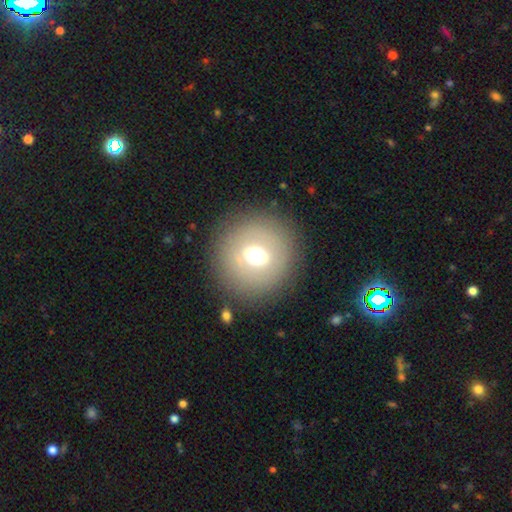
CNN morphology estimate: type=smooth (54%); roundness=round (91%); merging=none (85%).